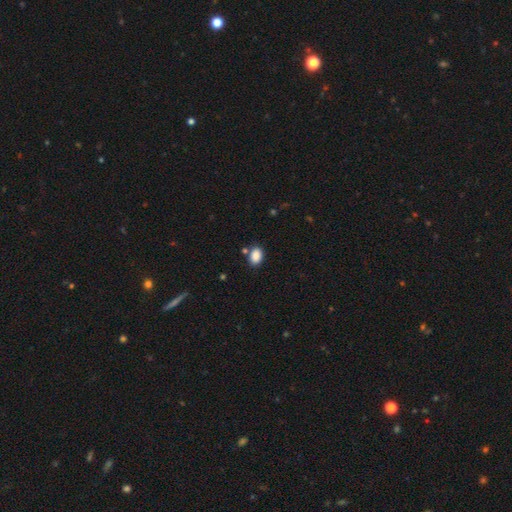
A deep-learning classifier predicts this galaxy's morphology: A smooth galaxy with no disk features (88%) that is in between round and cigar-shaped (80%).

Vote fractions:
- Smooth or featured? smooth: 88% / star or artifact: 9% / featured or disk: 3%
- How rounded? in between: 80% / round: 18% / cigar-shaped: 1%
- Merging? none: 78% / minor disturbance: 12% / merger: 7% / major disturbance: 3%